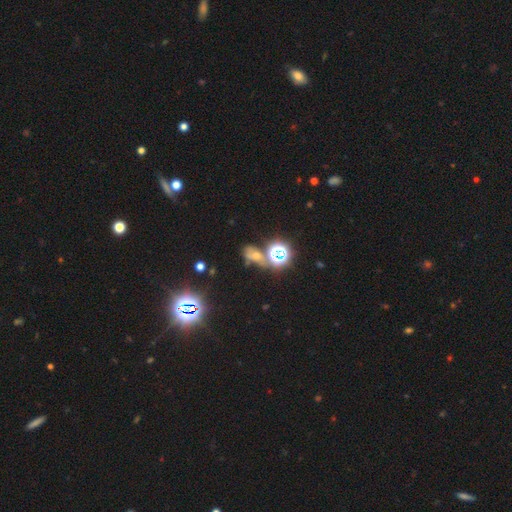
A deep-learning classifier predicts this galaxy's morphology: A star or artifact, not a galaxy (45%).